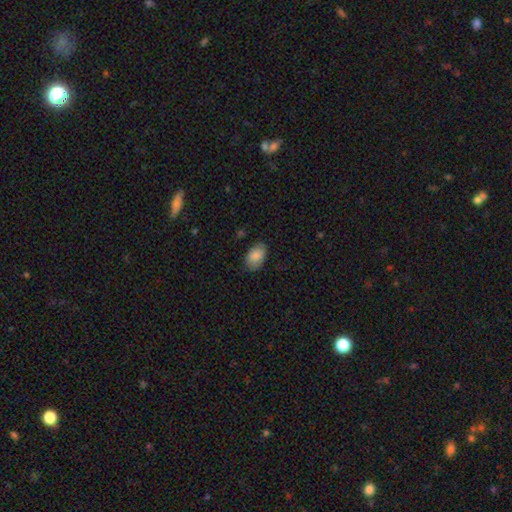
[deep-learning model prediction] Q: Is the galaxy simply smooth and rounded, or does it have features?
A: smooth — 86%.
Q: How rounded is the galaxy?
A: in between — 91%.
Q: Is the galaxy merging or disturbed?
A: none — 80%.